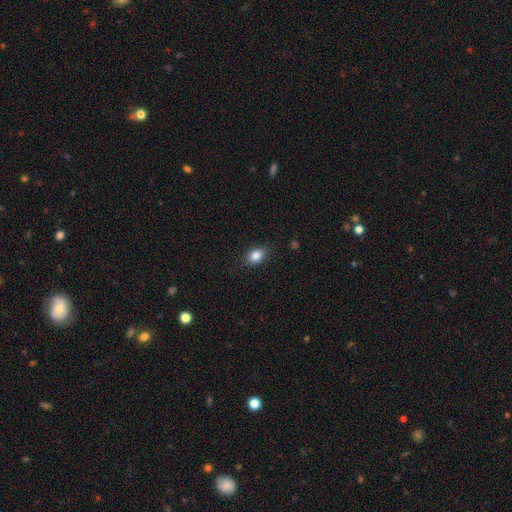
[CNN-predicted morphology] smooth_or_featured: smooth (p=0.85) [alt: star or artifact p=0.09]
how_rounded: in between (p=0.70) [alt: round p=0.28]
merging: none (p=0.82) [alt: minor disturbance p=0.14]